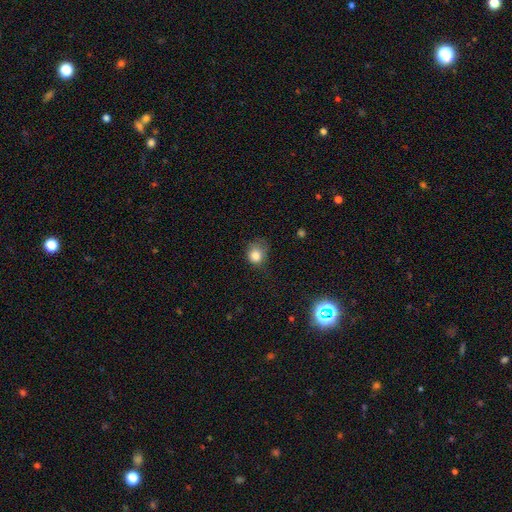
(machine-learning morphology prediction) smooth-or-featured: smooth: 82% | star or artifact: 11% | featured or disk: 7%
  how-rounded: round: 69% | in between: 30% | cigar-shaped: 1%
  merging: none: 45% | minor disturbance: 35% | major disturbance: 19% | merger: 2%